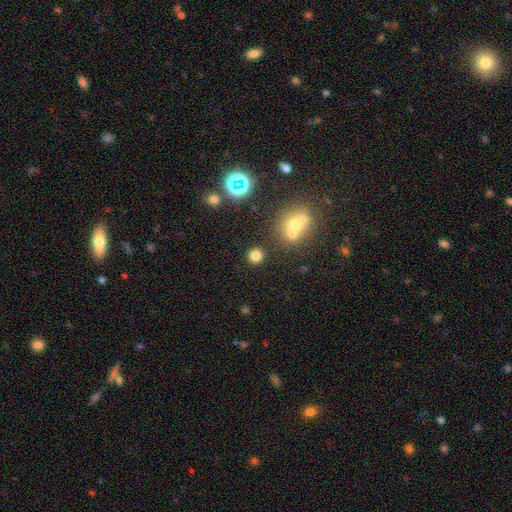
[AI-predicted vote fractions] A smooth galaxy with no disk features (78%) that is round (91%). Merging: none (85%).